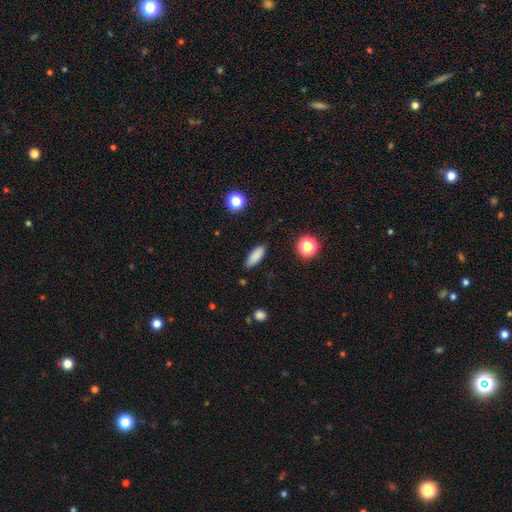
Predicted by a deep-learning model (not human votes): A smooth galaxy with no disk features (86%) that is in between round and cigar-shaped (63%). Merging: none (88%).